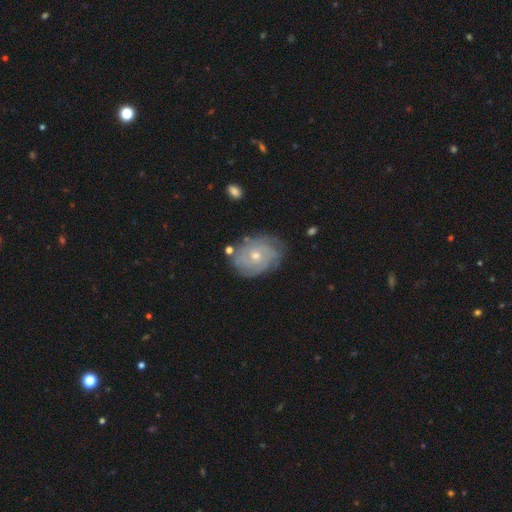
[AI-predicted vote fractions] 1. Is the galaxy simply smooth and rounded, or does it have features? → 77% featured or disk, 15% smooth, 8% star or artifact.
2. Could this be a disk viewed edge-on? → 96% no, 4% yes.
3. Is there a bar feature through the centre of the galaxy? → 81% no, 16% weak, 3% strong.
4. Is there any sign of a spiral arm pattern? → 91% yes, 9% no.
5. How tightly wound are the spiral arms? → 72% tight, 21% medium, 6% loose.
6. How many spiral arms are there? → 43% can't tell, 17% 3, 15% 4, 12% 2, 7% more than 4, 5% 1.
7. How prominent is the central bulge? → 51% small, 46% moderate, 1% large, 1% none, 1% dominant.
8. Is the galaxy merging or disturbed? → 77% none, 16% minor disturbance, 5% major disturbance, 2% merger.